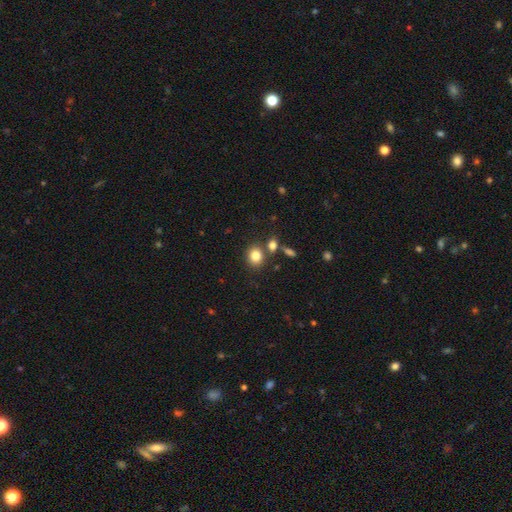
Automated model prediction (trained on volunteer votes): Overall: smooth (82%). How rounded: round (71%). Merging: none (75%).